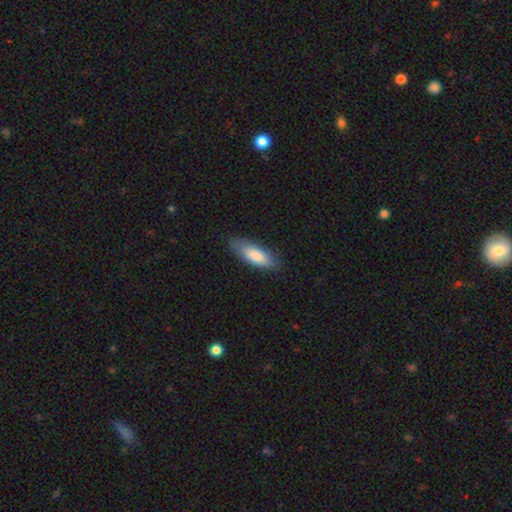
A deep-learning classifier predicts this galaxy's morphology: This appears to be a smooth galaxy with no disk features (84%) that is in between round and cigar-shaped (68%). Merging: none (82%).